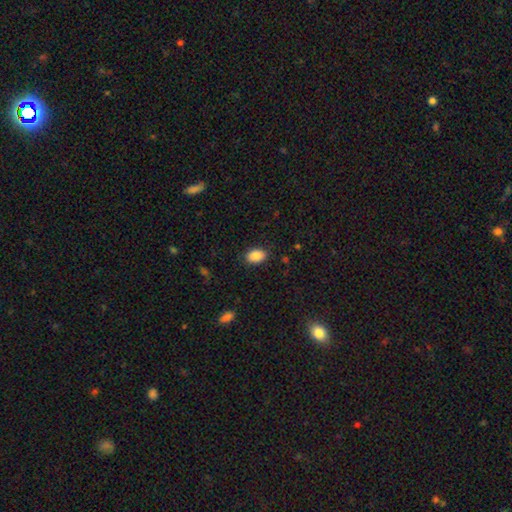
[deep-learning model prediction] Smooth or featured?
  - smooth: 88% *
  - star or artifact: 8%
  - featured or disk: 4%
How rounded?
  - in between: 85% *
  - round: 14%
  - cigar-shaped: 1%
Merging?
  - none: 87% *
  - minor disturbance: 10%
  - major disturbance: 3%
  - merger: 1%